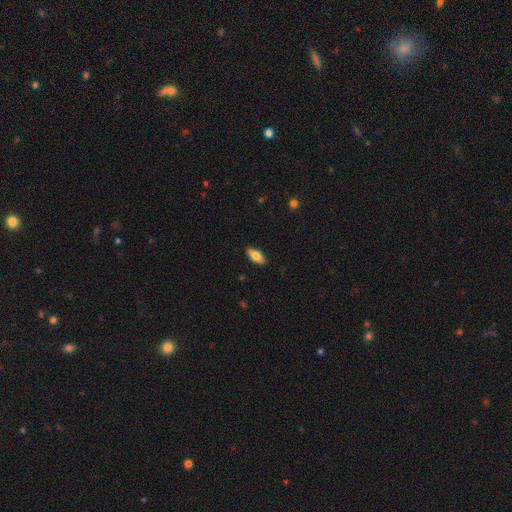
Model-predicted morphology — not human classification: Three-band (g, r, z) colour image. It shows a smooth galaxy with no disk features (74%) that is in between round and cigar-shaped (81%). Merging: none (89%).